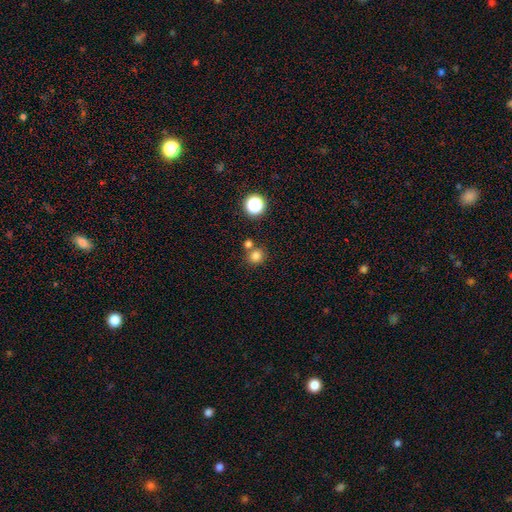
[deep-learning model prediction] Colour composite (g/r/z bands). It shows a smooth galaxy with no disk features (80%) that is round (89%). Merging: none (68%).